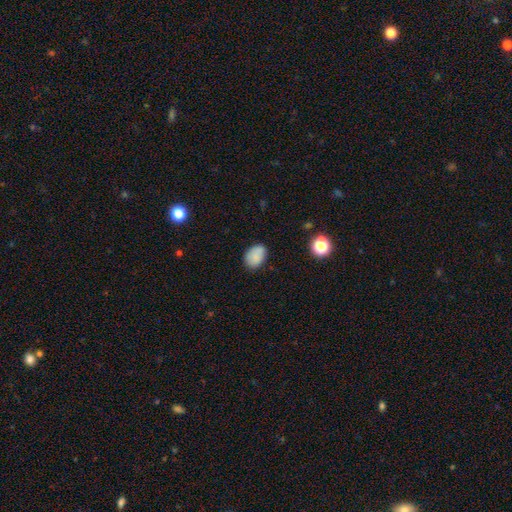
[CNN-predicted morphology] Smooth or featured? Predicted: smooth (p=0.84). How rounded? Predicted: in between (p=0.76). Merging? Predicted: none (p=0.77).